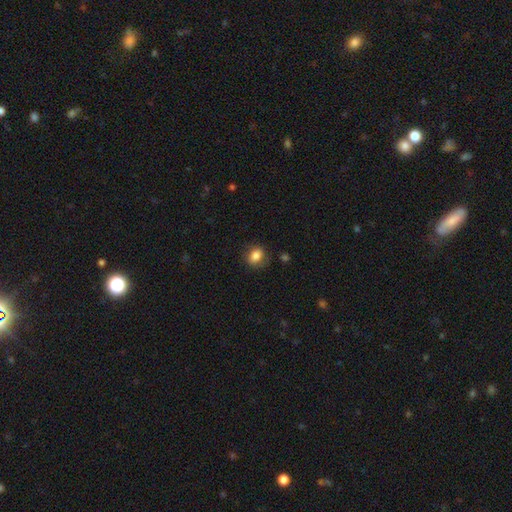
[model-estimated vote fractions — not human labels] A smooth galaxy with no disk features (82%) that is in between round and cigar-shaped (51%). Merging: none (75%).